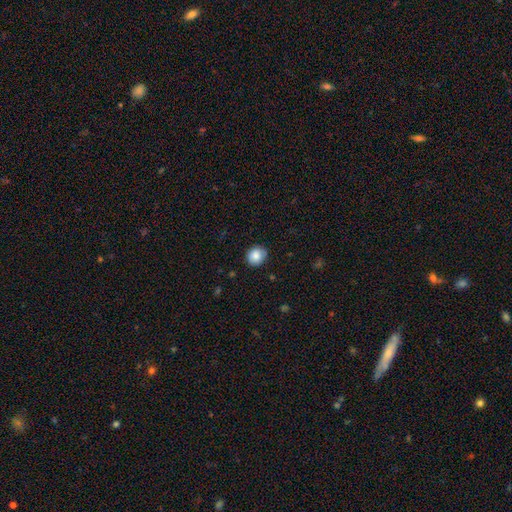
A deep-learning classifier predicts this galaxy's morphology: This appears to be a smooth galaxy with no disk features (86%) that is round (79%). Merging: none (86%).